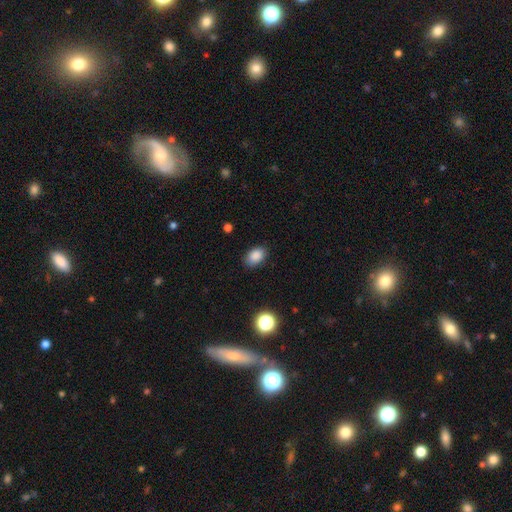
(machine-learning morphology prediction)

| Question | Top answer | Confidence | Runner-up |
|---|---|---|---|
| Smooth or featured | smooth | 87% | star or artifact (10%) |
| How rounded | in between | 83% | round (16%) |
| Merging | none | 85% | minor disturbance (11%) |